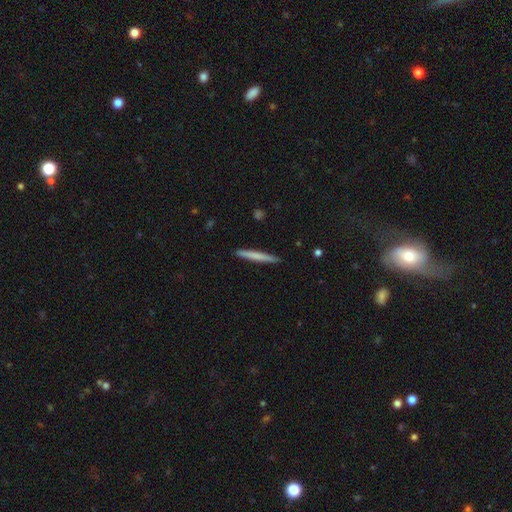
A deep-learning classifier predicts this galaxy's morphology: smooth_or_featured: smooth (p=0.65) [alt: featured or disk p=0.30]
how_rounded: cigar-shaped (p=0.96) [alt: in between p=0.02]
merging: none (p=0.91) [alt: minor disturbance p=0.06]